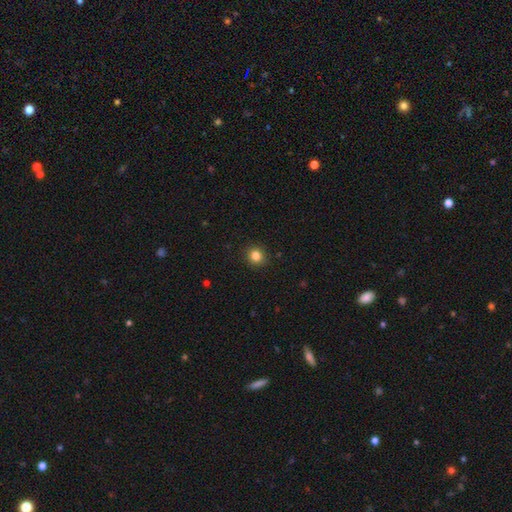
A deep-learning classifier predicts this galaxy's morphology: Smooth or featured? smooth (84%)
How rounded? round (90%)
Merging? none (91%)